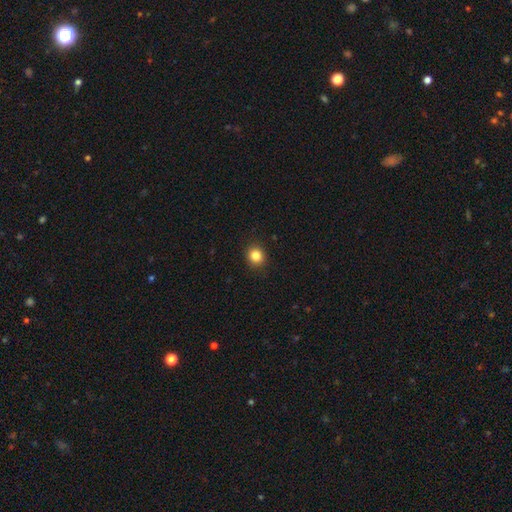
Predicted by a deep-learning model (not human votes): smooth 84%, star or artifact 11%, featured or disk 5%. Down the decision tree: how rounded — round (84%); merging — none (91%).